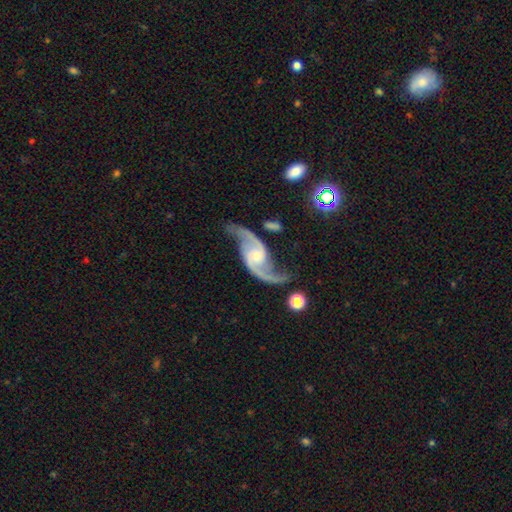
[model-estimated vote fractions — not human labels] featured or disk 92%, star or artifact 4%, smooth 3%. Down the decision tree: edge-on disk — no (97%); bar — no (54%); spiral arms — yes (98%); spiral arm count — 2 (94%); spiral winding — loose (69%); bulge size — small (61%); merging — none (73%).